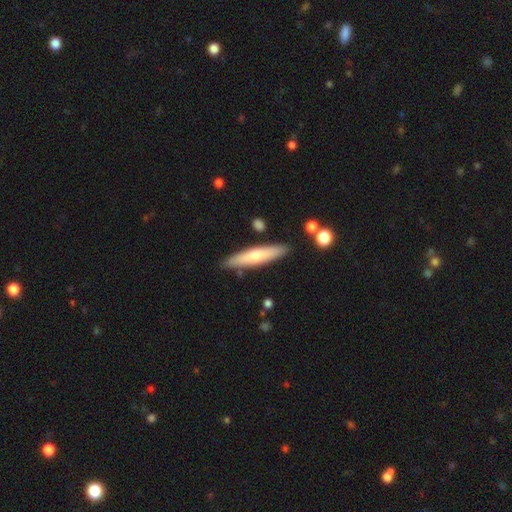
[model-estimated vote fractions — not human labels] The model was most divided on "smooth or featured": smooth: 59%, featured or disk: 35%, star or artifact: 6%. More confident: merging — none (86%); how rounded — cigar-shaped (84%).